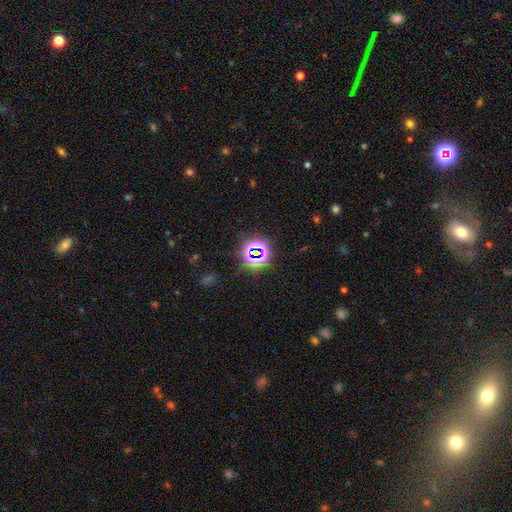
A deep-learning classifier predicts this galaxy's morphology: Overall: star or artifact (71%).